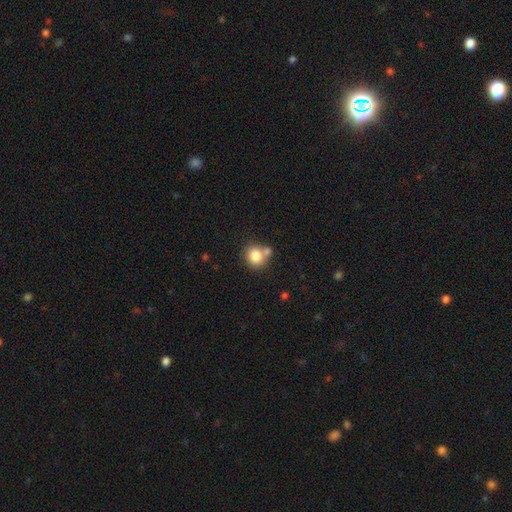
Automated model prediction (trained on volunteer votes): Q: Smooth or featured?
A: smooth (82%); runner-up: star or artifact (9%)
Q: How rounded?
A: round (82%); runner-up: in between (17%)
Q: Merging?
A: none (55%); runner-up: merger (31%)